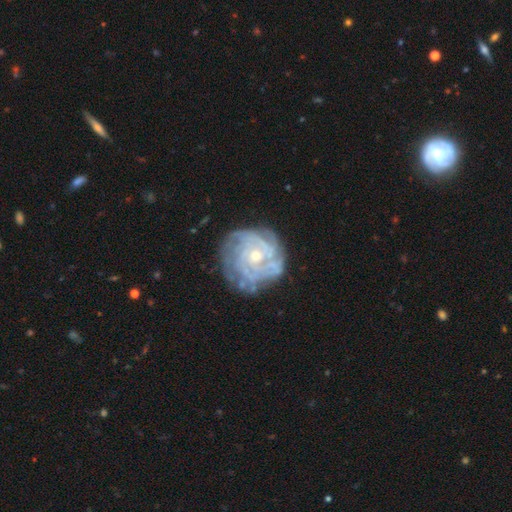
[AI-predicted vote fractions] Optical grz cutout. It shows a featured or disk galaxy (84%) with no bar (76%), tight (76%) spiral arms (93%) and a small central bulge (59%). Merging: none (73%).